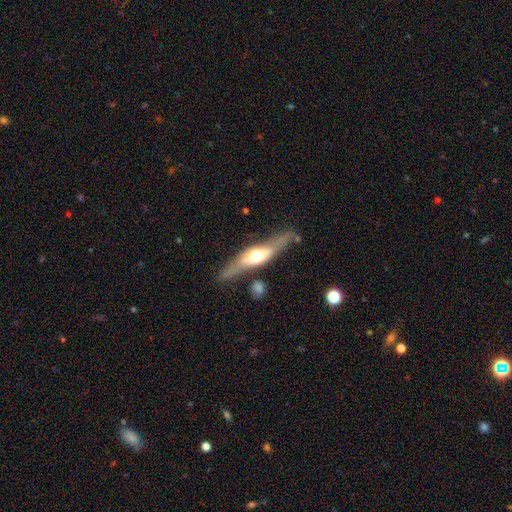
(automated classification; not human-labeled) Overall: featured or disk (67%; smooth 28%). Edge-on disk: yes (87%). Edge-on bulge: rounded (88%). Merging: none (75%).